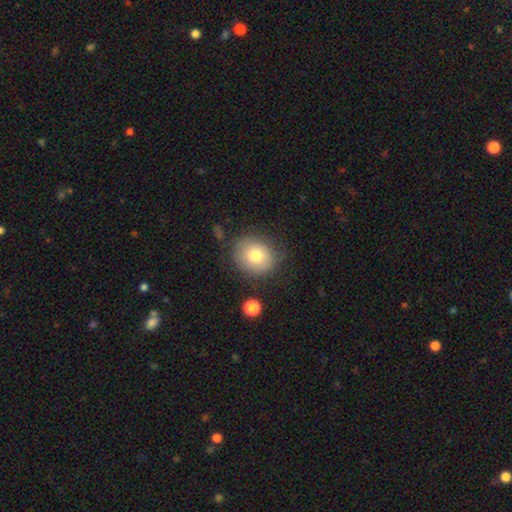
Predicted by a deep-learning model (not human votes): The model was most divided on "how rounded": round: 71%, in between: 28%, cigar-shaped: 1%. More confident: merging — none (78%); smooth or featured — smooth (77%).